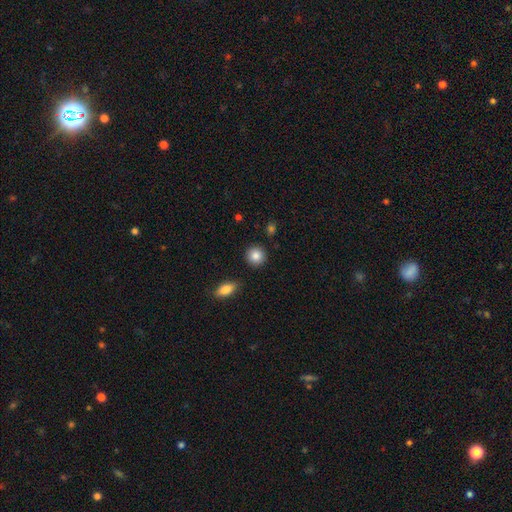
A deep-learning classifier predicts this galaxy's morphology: Smooth or featured? Predicted: smooth (p=0.87). How rounded? Predicted: round (p=0.91). Merging? Predicted: none (p=0.90).